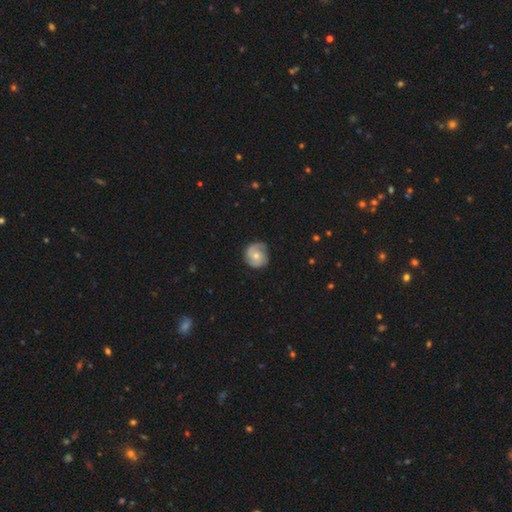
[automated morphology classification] smooth_or_featured: featured or disk (p=0.59) [alt: smooth p=0.35]
disk_edge_on: no (p=0.98) [alt: yes p=0.02]
bar: no (p=0.77) [alt: weak p=0.20]
has_spiral_arms: yes (p=0.87) [alt: no p=0.13]
bulge_size: moderate (p=0.54) [alt: small p=0.42]
merging: none (p=0.74) [alt: minor disturbance p=0.20]